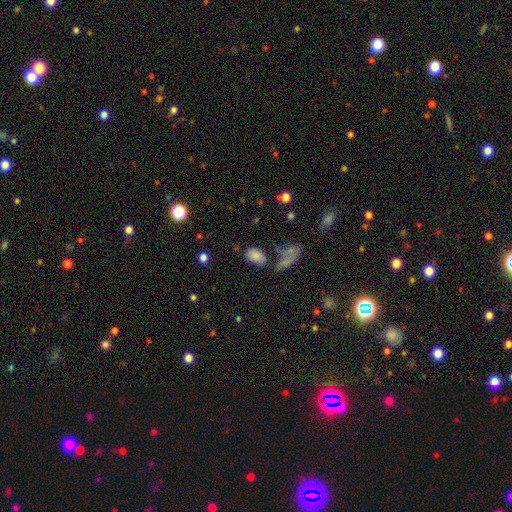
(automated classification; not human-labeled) Morphology: type=smooth (80%); roundness=in between (89%); merging=none (58%).